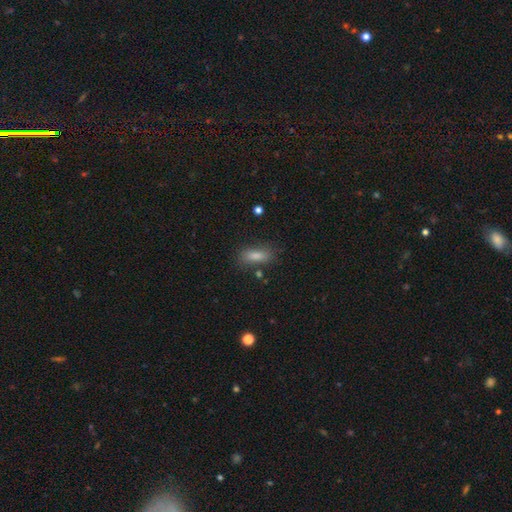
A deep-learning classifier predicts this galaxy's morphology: This is likely a smooth galaxy (76%). How rounded: likely in between (63%). Merging: likely none (78%).